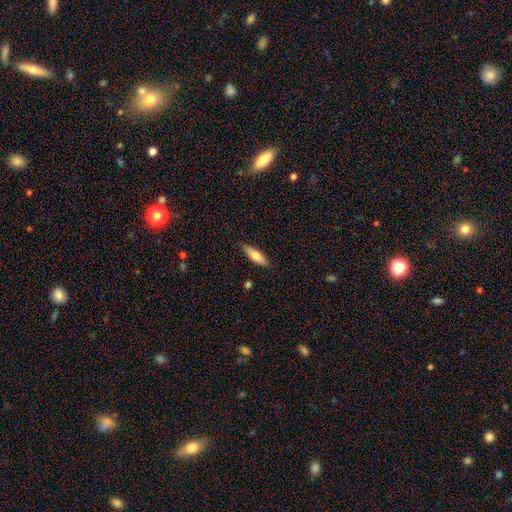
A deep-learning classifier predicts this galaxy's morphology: Smooth or featured: smooth — 69% (featured or disk — 25%)
How rounded: cigar-shaped — 50% (in between — 48%)
Merging: none — 84% (minor disturbance — 13%)